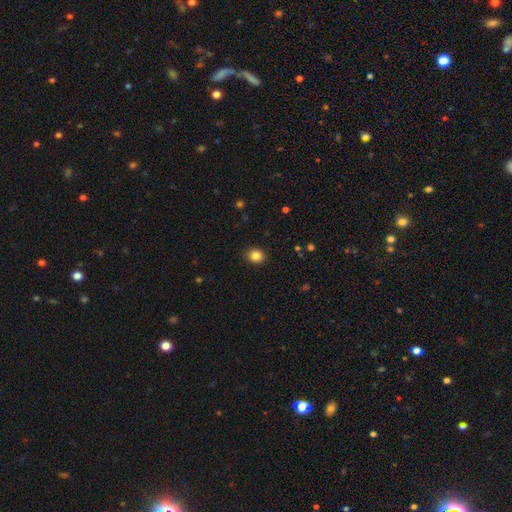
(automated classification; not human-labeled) A smooth galaxy with no disk features (86%) that is round (58%). Merging: none (88%).